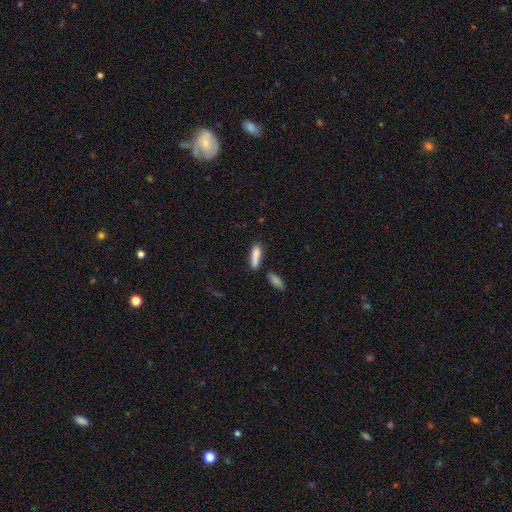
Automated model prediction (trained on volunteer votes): This is clearly a smooth galaxy (83%). How rounded: likely cigar-shaped (62%). Merging: likely none (63%).